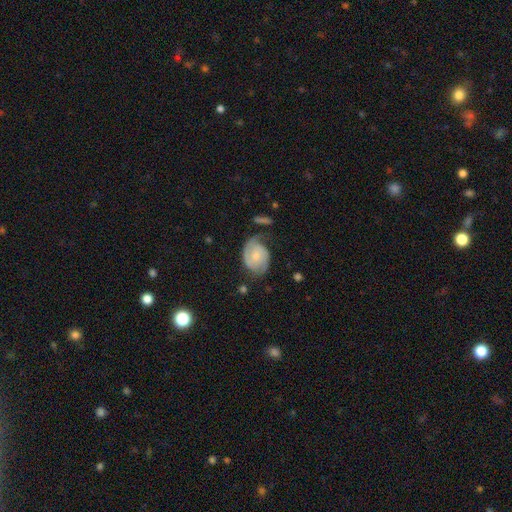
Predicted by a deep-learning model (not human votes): A featured or disk galaxy (72%) with no bar (66%), 2 (80%) medium (42%) spiral arms (93%) and a small central bulge (56%).

Vote fractions:
- Smooth or featured? featured or disk: 72% / smooth: 22% / star or artifact: 6%
- Edge-on disk? no: 97% / yes: 3%
- Bar? no: 66% / weak: 29% / strong: 5%
- Spiral arms? yes: 93% / no: 7%
- Spiral winding? medium: 42% / tight: 40% / loose: 19%
- Spiral arm count? 2: 80% / can't tell: 9% / 1: 6% / 3: 3% / 4: 1% / more than 4: 1%
- Bulge size? small: 56% / moderate: 32% / none: 8% / large: 3% / dominant: 1%
- Merging? none: 55% / minor disturbance: 25% / major disturbance: 16% / merger: 4%